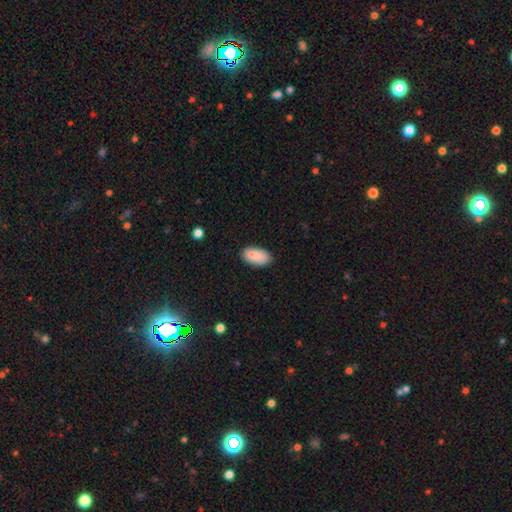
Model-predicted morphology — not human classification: Smooth or featured? Predicted: smooth (p=0.87). How rounded? Predicted: in between (p=0.95). Merging? Predicted: none (p=0.82).